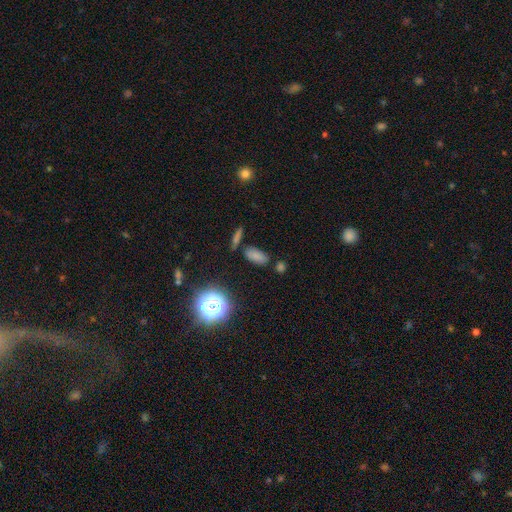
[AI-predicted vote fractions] smooth-or-featured: smooth: 73% | star or artifact: 18% | featured or disk: 8%
  how-rounded: in between: 85% | cigar-shaped: 9% | round: 5%
  merging: none: 76% | minor disturbance: 12% | merger: 8% | major disturbance: 4%